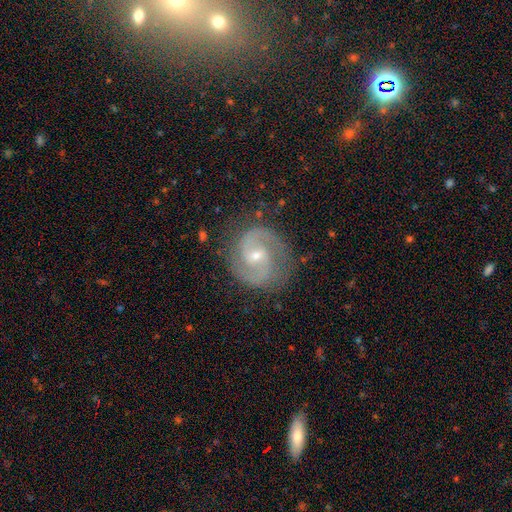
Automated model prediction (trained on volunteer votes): The model was most divided on "bar": weak: 48%, no: 38%, strong: 14%. More confident: edge-on disk — no (98%); spiral arms — yes (98%); spiral arm count — 2 (92%); smooth or featured — featured or disk (89%); merging — none (83%); spiral winding — medium (58%); bulge size — small (57%).